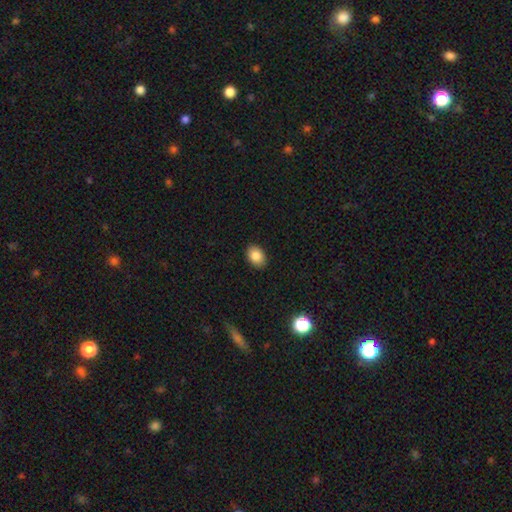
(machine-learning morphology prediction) A smooth galaxy with no disk features (85%) that is in between round and cigar-shaped (76%). Merging: none (89%).